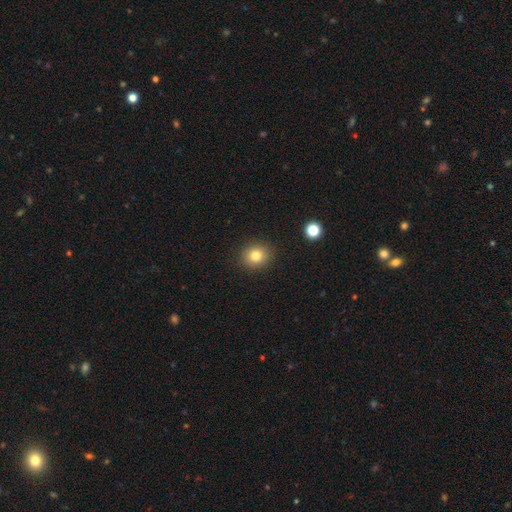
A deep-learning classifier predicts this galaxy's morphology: A smooth galaxy with no disk features (81%) that is round (76%). Merging: none (90%).